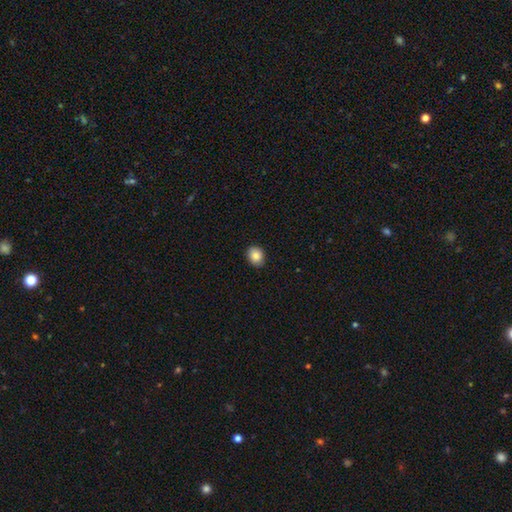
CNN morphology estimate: Q: Smooth or featured?
A: smooth (84%); runner-up: star or artifact (9%)
Q: How rounded?
A: round (58%); runner-up: in between (41%)
Q: Merging?
A: none (90%); runner-up: minor disturbance (8%)